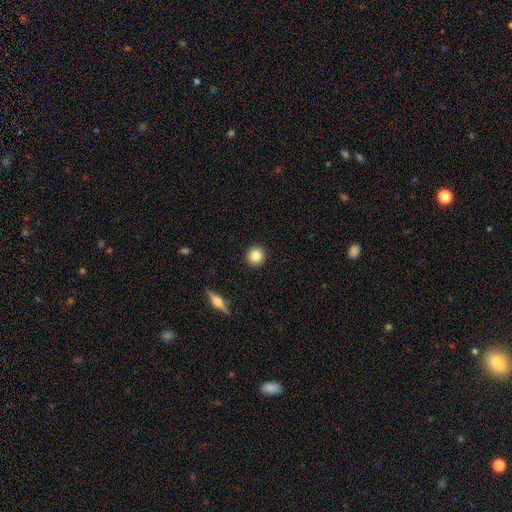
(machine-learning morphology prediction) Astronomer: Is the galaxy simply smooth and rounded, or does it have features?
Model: smooth — 84%.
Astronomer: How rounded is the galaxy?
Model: round — 92%.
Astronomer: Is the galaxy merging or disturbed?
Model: none — 92%.